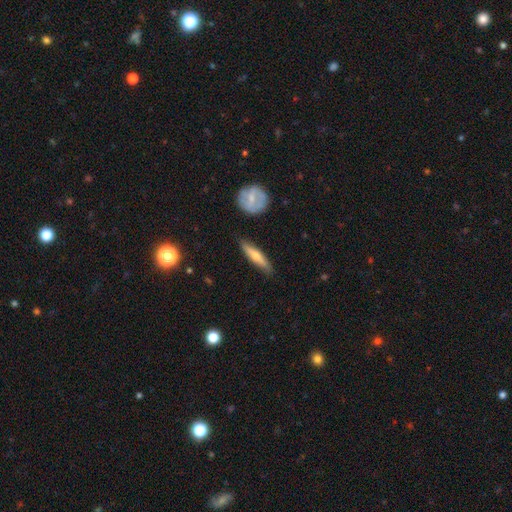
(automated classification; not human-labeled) Smooth or featured: smooth — 48% (featured or disk — 47%)
Merging: none — 85% (minor disturbance — 11%)